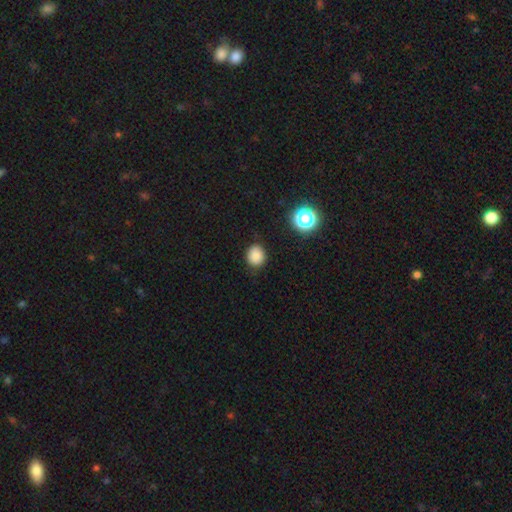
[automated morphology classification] The model was most divided on "how rounded": round: 74%, in between: 25%, cigar-shaped: 1%. More confident: merging — none (83%); smooth or featured — smooth (83%).